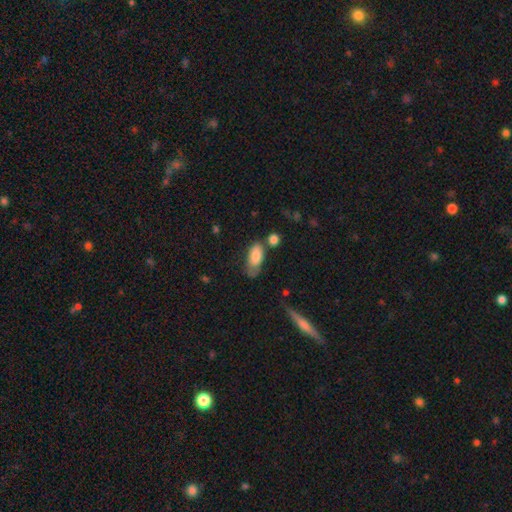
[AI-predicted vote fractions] A smooth galaxy with no disk features (78%) that is in between round and cigar-shaped (87%).

Vote fractions:
- Smooth or featured? smooth: 78% / featured or disk: 15% / star or artifact: 7%
- How rounded? in between: 87% / cigar-shaped: 11% / round: 3%
- Merging? none: 41% / minor disturbance: 32% / major disturbance: 16% / merger: 11%